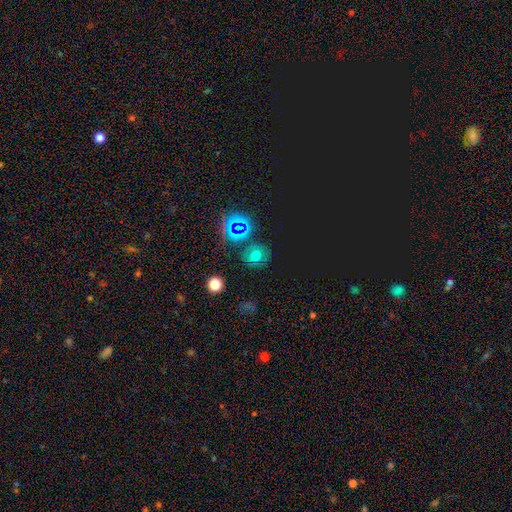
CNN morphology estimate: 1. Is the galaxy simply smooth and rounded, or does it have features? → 47% smooth, 35% star or artifact, 17% featured or disk.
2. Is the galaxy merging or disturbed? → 77% none, 12% minor disturbance, 6% merger, 5% major disturbance.